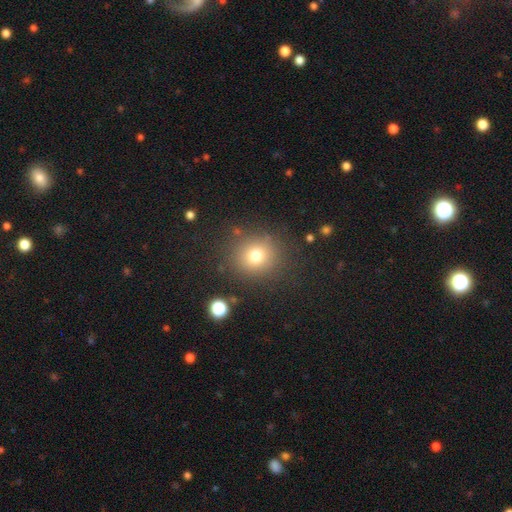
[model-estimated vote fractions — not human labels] Smooth or featured? smooth (75%)
How rounded? round (87%)
Merging? none (84%)